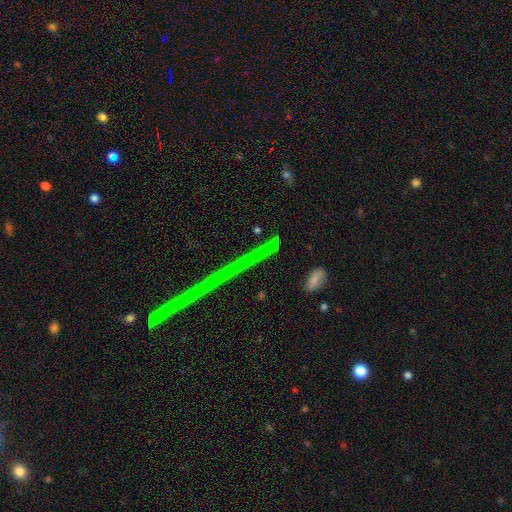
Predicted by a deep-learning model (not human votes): Smooth or featured? Predicted: star or artifact (p=0.65).